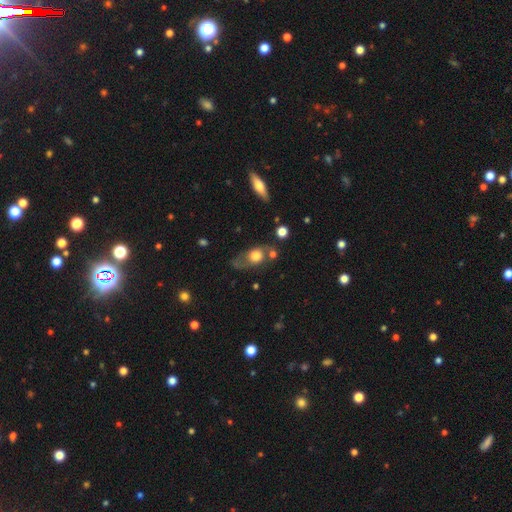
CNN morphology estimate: The model was most divided on "how rounded": in between: 57%, round: 37%, cigar-shaped: 6%. Remaining: smooth or featured — smooth (56%); merging — none (48%).